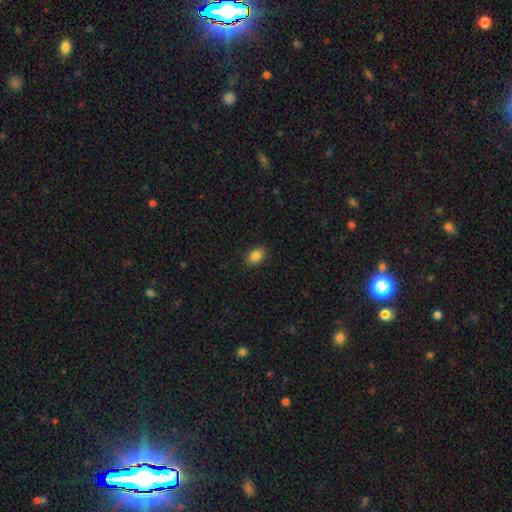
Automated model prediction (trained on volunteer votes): Q: Smooth or featured?
A: smooth (87%); runner-up: star or artifact (10%)
Q: How rounded?
A: in between (79%); runner-up: round (20%)
Q: Merging?
A: none (88%); runner-up: minor disturbance (8%)